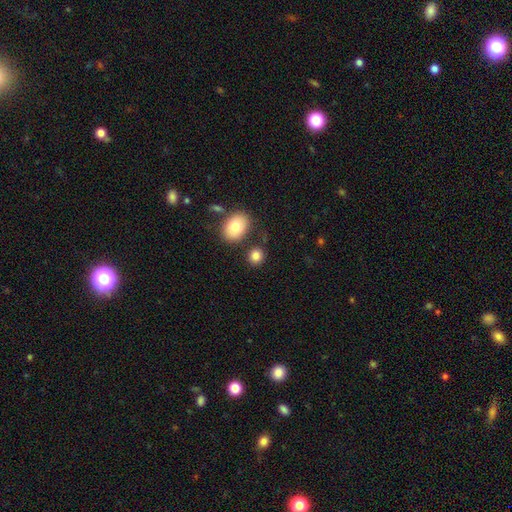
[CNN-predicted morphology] smooth 84%, star or artifact 10%, featured or disk 7%. Down the decision tree: how rounded — round (71%); merging — none (77%).